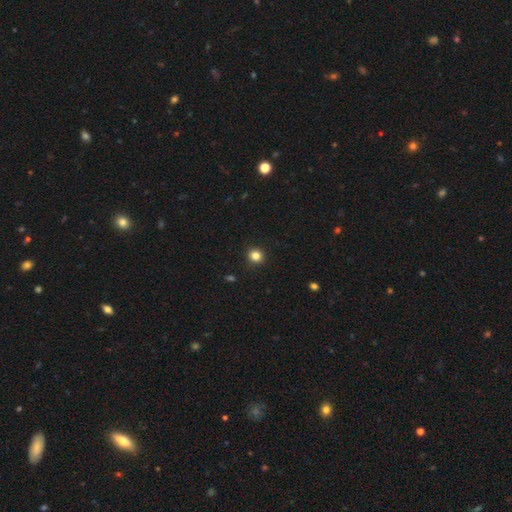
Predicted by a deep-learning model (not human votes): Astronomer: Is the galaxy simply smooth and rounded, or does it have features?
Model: smooth — 83%.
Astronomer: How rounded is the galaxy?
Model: round — 86%.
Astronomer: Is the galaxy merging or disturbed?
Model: none — 91%.